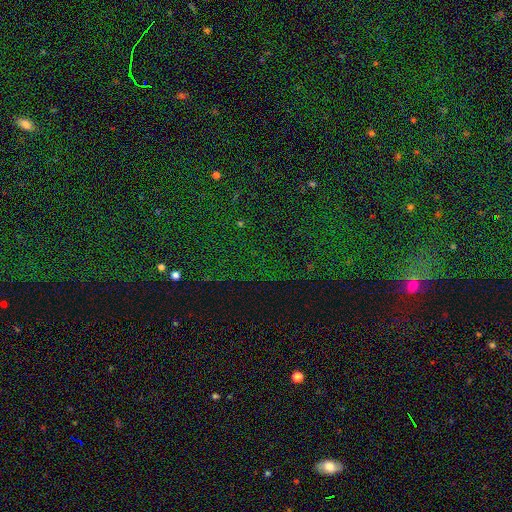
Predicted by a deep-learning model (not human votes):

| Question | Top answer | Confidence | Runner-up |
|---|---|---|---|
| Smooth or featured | star or artifact | 80% | smooth (12%) |